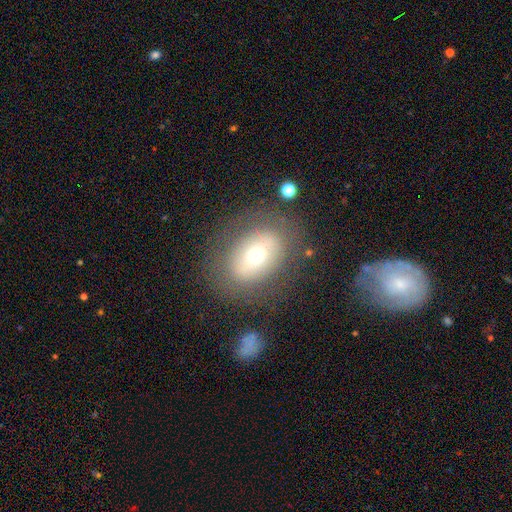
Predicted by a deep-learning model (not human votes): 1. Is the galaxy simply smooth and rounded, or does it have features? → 54% smooth, 36% featured or disk, 10% star or artifact.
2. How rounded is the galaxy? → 70% in between, 28% round, 2% cigar-shaped.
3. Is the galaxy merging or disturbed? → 77% none, 12% minor disturbance, 7% major disturbance, 3% merger.